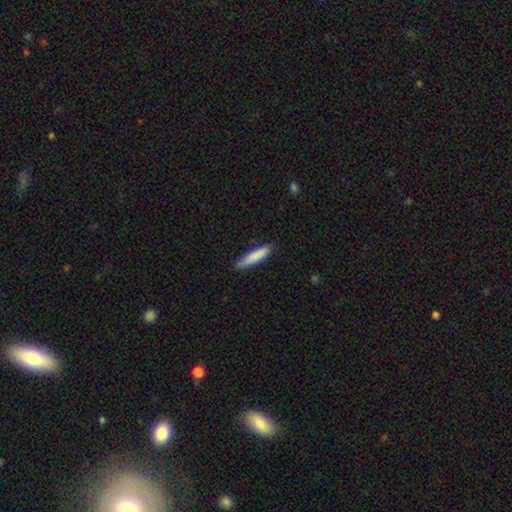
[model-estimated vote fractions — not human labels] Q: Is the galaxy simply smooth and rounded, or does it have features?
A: smooth — 82%.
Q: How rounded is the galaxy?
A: cigar-shaped — 88%.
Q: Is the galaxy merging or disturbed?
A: none — 81%.